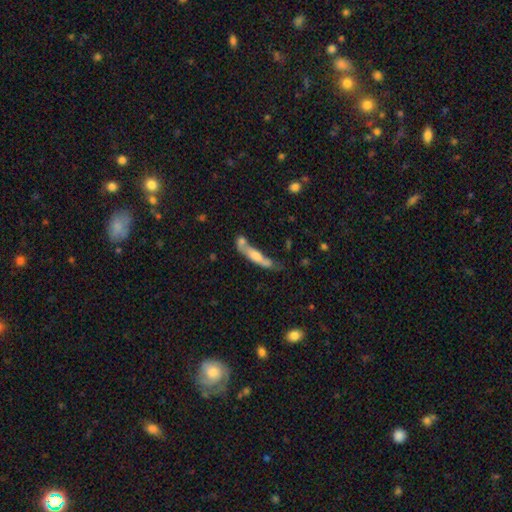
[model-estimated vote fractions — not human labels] Q: Smooth or featured?
A: smooth (54%); runner-up: featured or disk (38%)
Q: How rounded?
A: cigar-shaped (79%); runner-up: in between (19%)
Q: Merging?
A: none (34%); runner-up: merger (32%)